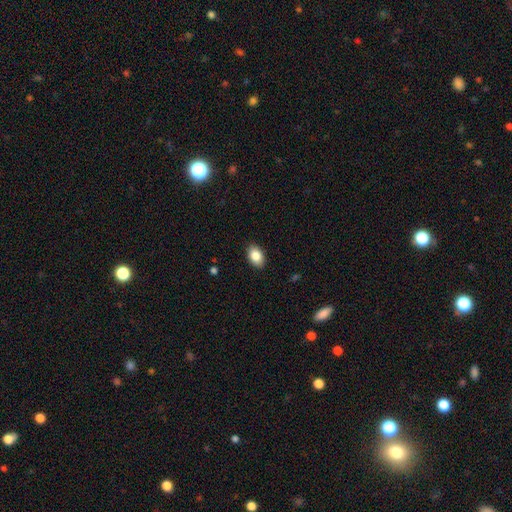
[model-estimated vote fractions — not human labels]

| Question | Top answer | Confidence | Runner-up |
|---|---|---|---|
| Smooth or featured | smooth | 85% | star or artifact (8%) |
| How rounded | in between | 87% | round (12%) |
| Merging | none | 89% | minor disturbance (8%) |